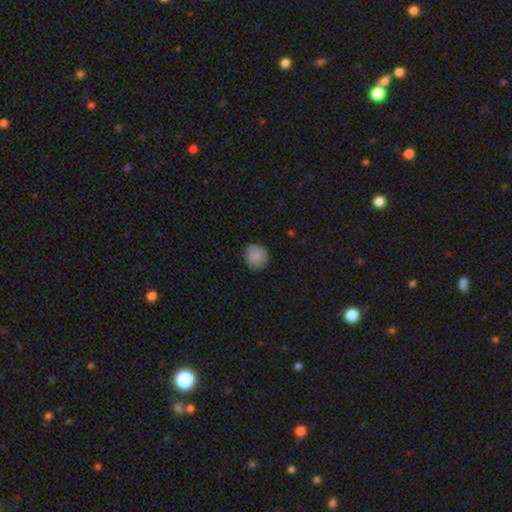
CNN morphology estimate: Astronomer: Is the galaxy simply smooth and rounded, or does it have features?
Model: smooth — 87%.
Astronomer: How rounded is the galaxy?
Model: round — 88%.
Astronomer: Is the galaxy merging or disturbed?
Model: none — 84%.